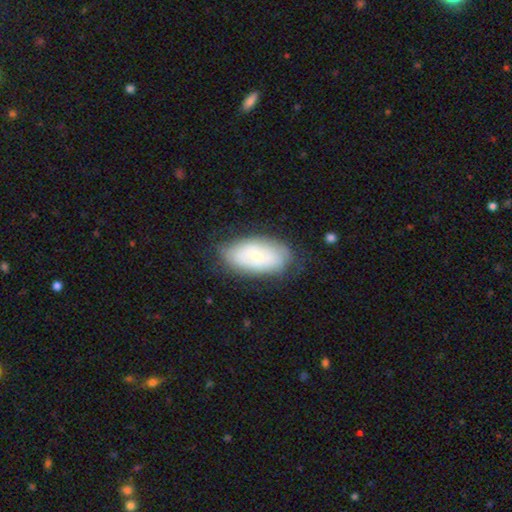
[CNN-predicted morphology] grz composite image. It shows a smooth galaxy with no disk features (56%) that is in between round and cigar-shaped (93%). Merging: none (72%).